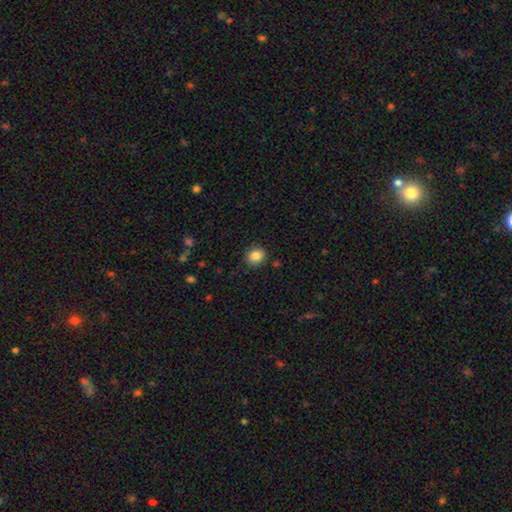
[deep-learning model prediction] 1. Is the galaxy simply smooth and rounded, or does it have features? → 85% smooth, 9% star or artifact, 5% featured or disk.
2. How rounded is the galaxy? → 73% round, 26% in between, 1% cigar-shaped.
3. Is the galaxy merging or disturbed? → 87% none, 9% minor disturbance, 2% major disturbance, 1% merger.